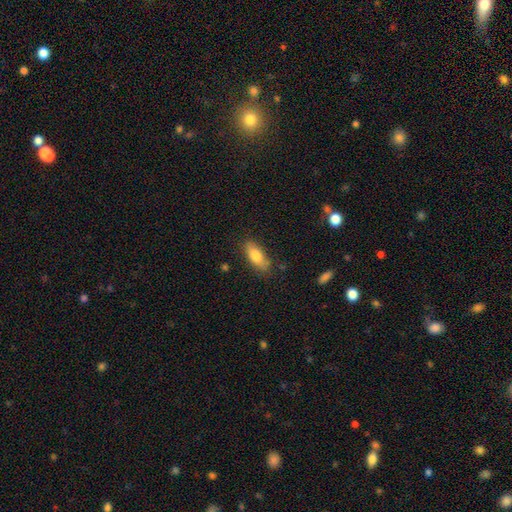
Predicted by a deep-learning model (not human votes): Smooth or featured?
  - smooth: 78% *
  - featured or disk: 16%
  - star or artifact: 7%
How rounded?
  - in between: 74% *
  - cigar-shaped: 24%
  - round: 3%
Merging?
  - none: 78% *
  - minor disturbance: 17%
  - major disturbance: 3%
  - merger: 2%